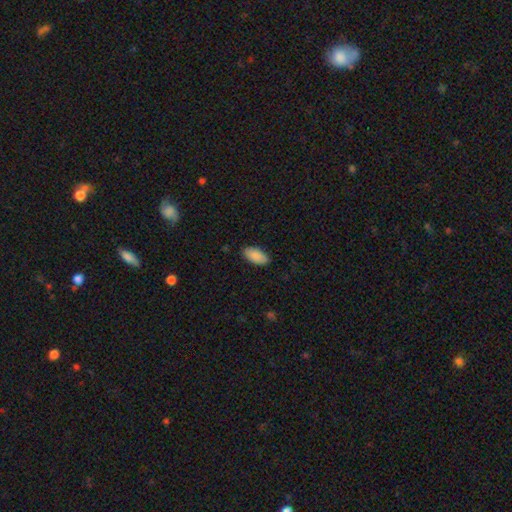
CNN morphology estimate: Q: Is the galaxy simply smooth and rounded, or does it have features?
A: smooth — 90%.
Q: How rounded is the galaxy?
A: in between — 94%.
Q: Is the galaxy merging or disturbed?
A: none — 86%.